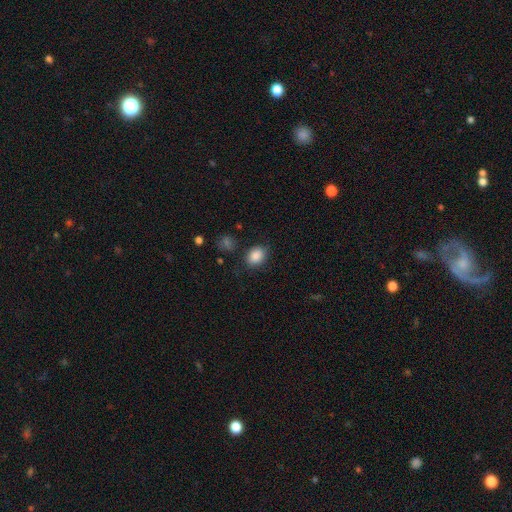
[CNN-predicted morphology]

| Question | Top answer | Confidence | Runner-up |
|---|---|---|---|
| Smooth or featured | smooth | 87% | star or artifact (9%) |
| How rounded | in between | 61% | round (38%) |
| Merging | none | 80% | minor disturbance (13%) |